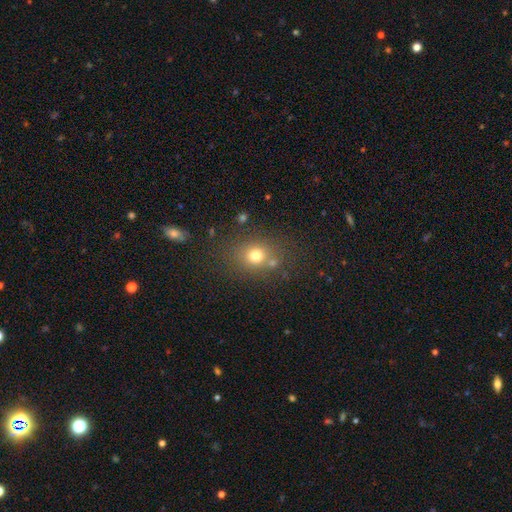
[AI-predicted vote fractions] smooth-or-featured: smooth: 72% | star or artifact: 17% | featured or disk: 11%
  how-rounded: round: 64% | in between: 34% | cigar-shaped: 1%
  merging: none: 71% | minor disturbance: 13% | merger: 10% | major disturbance: 6%